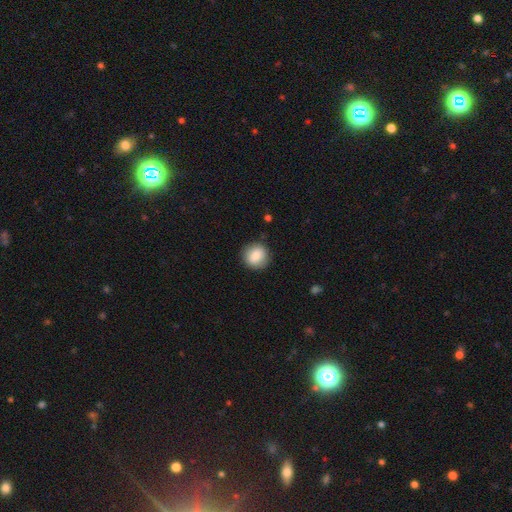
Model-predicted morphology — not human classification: The model was most divided on "smooth or featured": smooth: 85%, star or artifact: 8%, featured or disk: 7%. More confident: how rounded — round (91%); merging — none (89%).